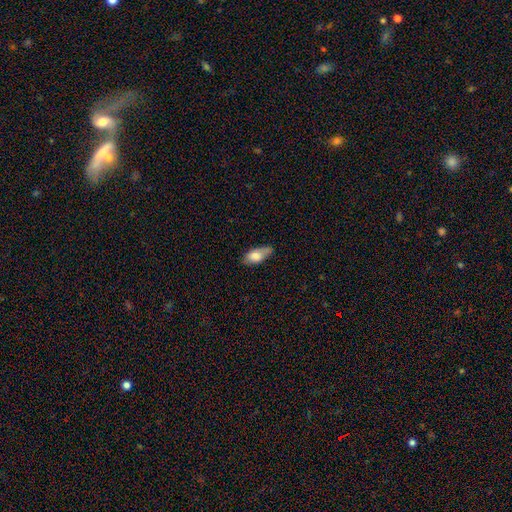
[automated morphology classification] smooth_or_featured: smooth (p=0.77) [alt: featured or disk p=0.16]
how_rounded: in between (p=0.84) [alt: cigar-shaped p=0.12]
merging: none (p=0.52) [alt: minor disturbance p=0.36]